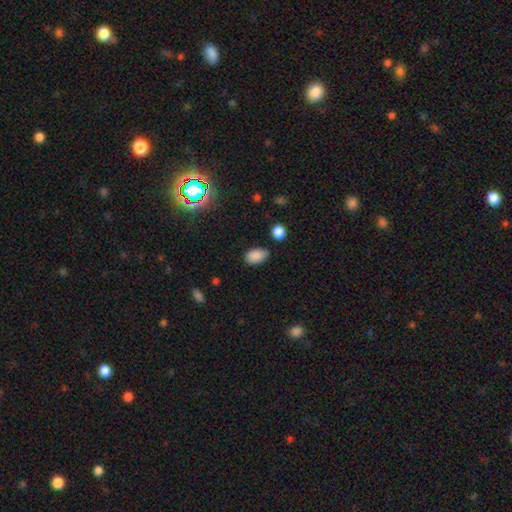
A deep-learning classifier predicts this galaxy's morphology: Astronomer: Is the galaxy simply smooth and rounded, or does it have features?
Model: smooth — 86%.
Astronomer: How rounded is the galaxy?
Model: in between — 89%.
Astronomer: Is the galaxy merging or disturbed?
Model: none — 74%.